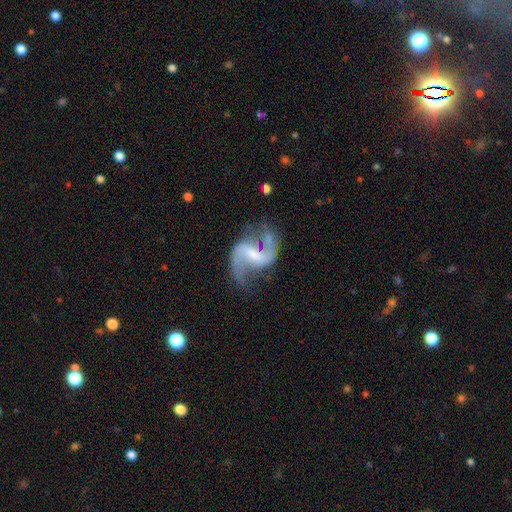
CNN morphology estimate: featured or disk 89%, smooth 5%, star or artifact 5%. Down the decision tree: edge-on disk — no (98%); bar — weak (50%); spiral arms — yes (96%); spiral arm count — 2 (93%); spiral winding — loose (71%); bulge size — none (36%); merging — none (65%).